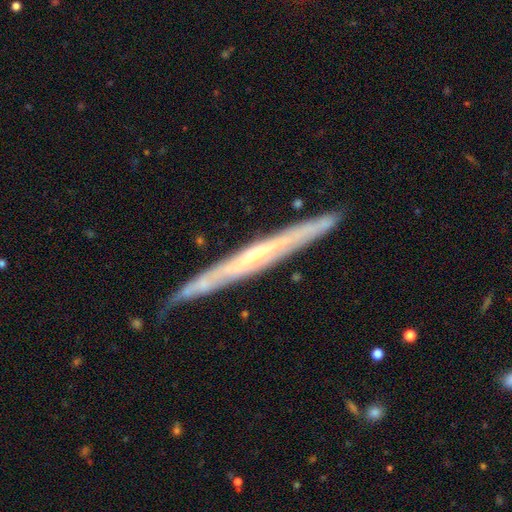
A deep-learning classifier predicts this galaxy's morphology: A featured or disk galaxy (74%) viewed edge-on (92%) with no central bulge (58%). Merging: none (83%).